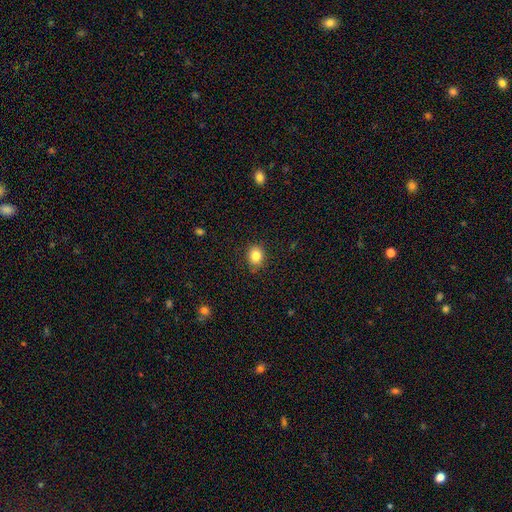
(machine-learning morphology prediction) This appears to be a smooth galaxy with no disk features (84%) that is round (60%). Merging: none (85%).